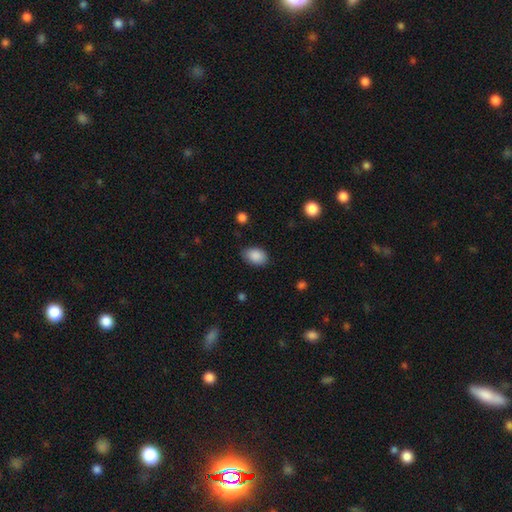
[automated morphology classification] Smooth or featured: smooth — 89% (star or artifact — 7%)
How rounded: in between — 86% (round — 13%)
Merging: none — 81% (minor disturbance — 15%)